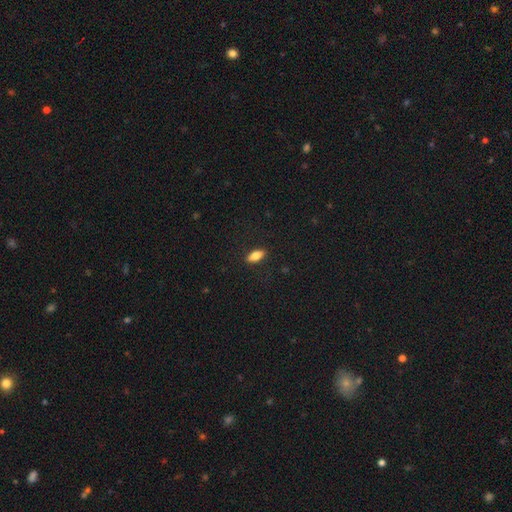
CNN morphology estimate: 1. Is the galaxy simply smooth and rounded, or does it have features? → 77% smooth, 15% featured or disk, 8% star or artifact.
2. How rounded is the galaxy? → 80% in between, 17% cigar-shaped, 4% round.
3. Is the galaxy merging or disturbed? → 88% none, 9% minor disturbance, 2% major disturbance, 1% merger.